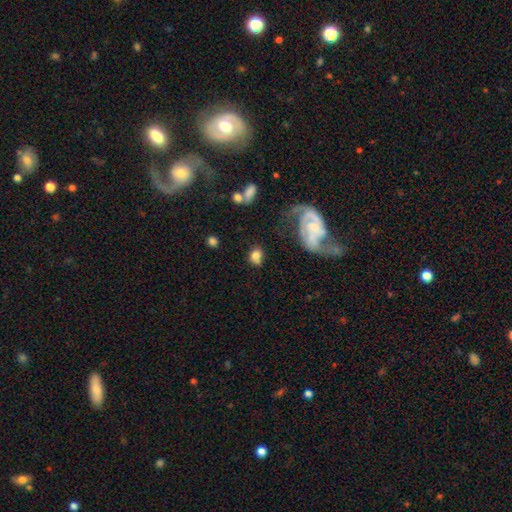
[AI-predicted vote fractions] Smooth or featured?
  - smooth: 70% *
  - featured or disk: 19%
  - star or artifact: 10%
How rounded?
  - in between: 50% *
  - round: 48%
  - cigar-shaped: 2%
Merging?
  - none: 59% *
  - minor disturbance: 21%
  - major disturbance: 11%
  - merger: 9%